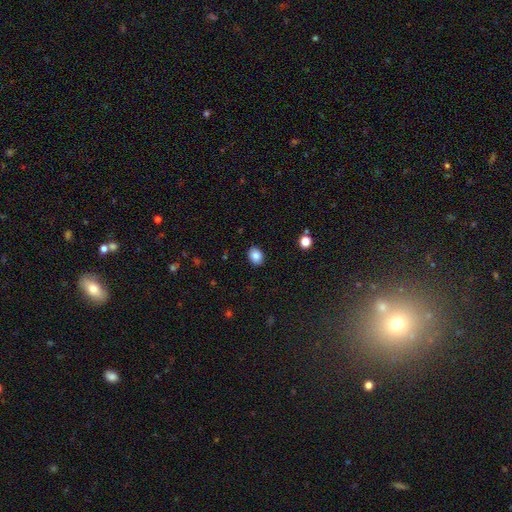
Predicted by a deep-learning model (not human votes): smooth 85%, star or artifact 9%, featured or disk 6%. Down the decision tree: how rounded — in between (56%); merging — none (89%).